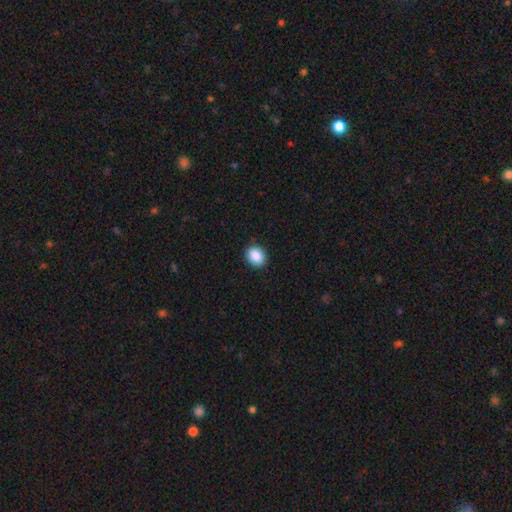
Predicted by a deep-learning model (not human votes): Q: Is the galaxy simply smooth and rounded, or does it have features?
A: smooth — 89%.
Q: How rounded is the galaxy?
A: round — 56%.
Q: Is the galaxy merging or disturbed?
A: none — 89%.